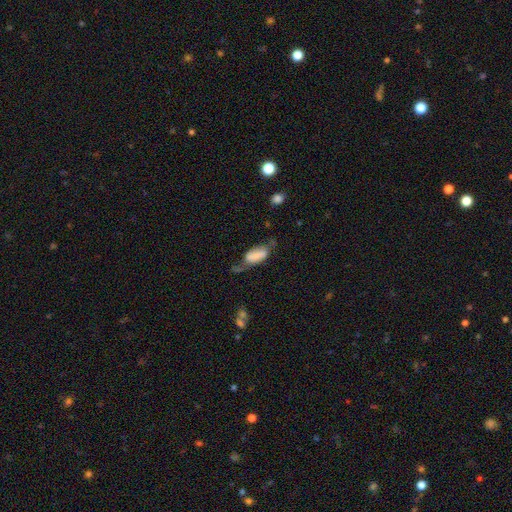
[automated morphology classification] Smooth or featured? Predicted: smooth (p=0.61). How rounded? Predicted: in between (p=0.87). Merging? Predicted: none (p=0.33).